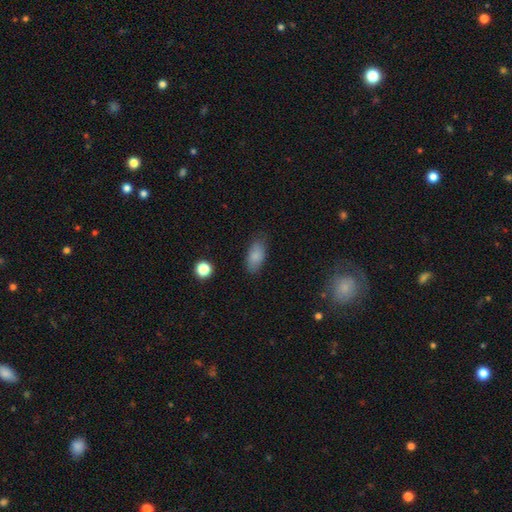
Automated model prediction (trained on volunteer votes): smooth 85%, star or artifact 8%, featured or disk 7%. Down the decision tree: how rounded — in between (90%); merging — none (78%).